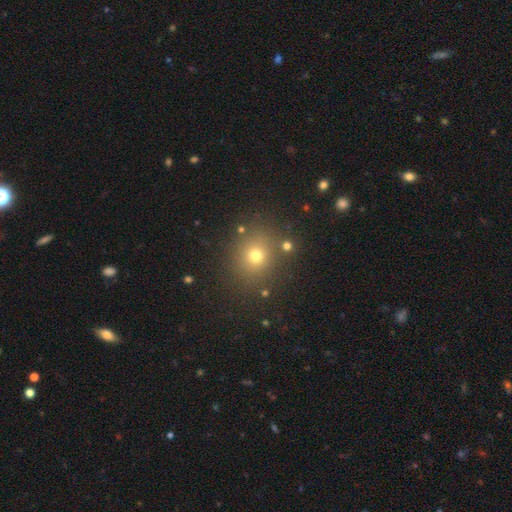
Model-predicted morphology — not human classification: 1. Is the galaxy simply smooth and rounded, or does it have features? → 70% smooth, 21% star or artifact, 9% featured or disk.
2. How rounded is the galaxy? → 80% round, 19% in between, 1% cigar-shaped.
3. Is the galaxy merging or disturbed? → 83% none, 9% minor disturbance, 4% merger, 4% major disturbance.